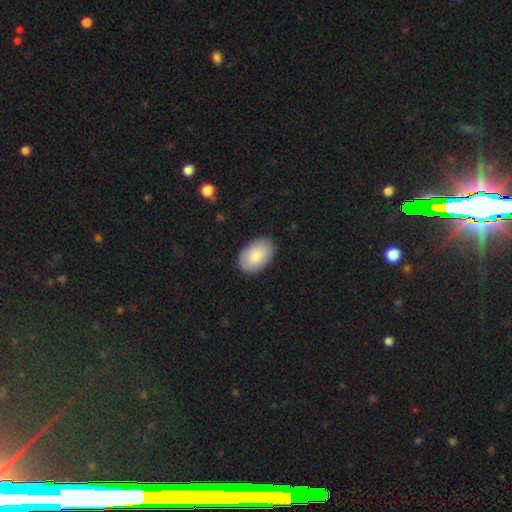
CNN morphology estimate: A smooth galaxy with no disk features (85%) that is in between round and cigar-shaped (92%).

Vote fractions:
- Smooth or featured? smooth: 85% / featured or disk: 9% / star or artifact: 6%
- How rounded? in between: 92% / round: 7% / cigar-shaped: 1%
- Merging? none: 88% / minor disturbance: 9% / major disturbance: 2% / merger: 1%